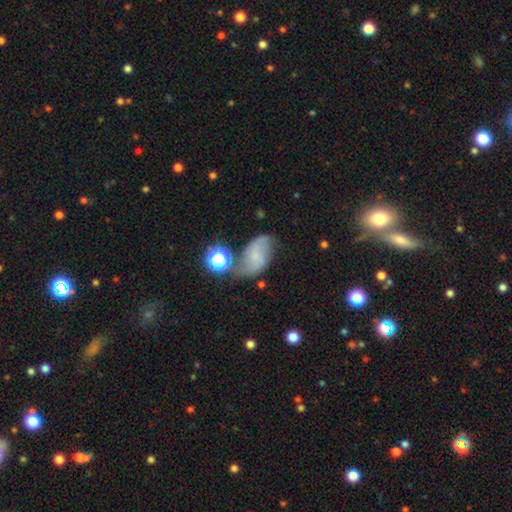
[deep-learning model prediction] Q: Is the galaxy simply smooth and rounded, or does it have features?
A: featured or disk — 53%.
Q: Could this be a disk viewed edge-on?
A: no — 96%.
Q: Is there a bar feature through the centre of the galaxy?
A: no — 60%.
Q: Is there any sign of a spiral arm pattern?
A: yes — 85%.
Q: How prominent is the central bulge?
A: small — 53%.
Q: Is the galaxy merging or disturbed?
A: none — 51%.